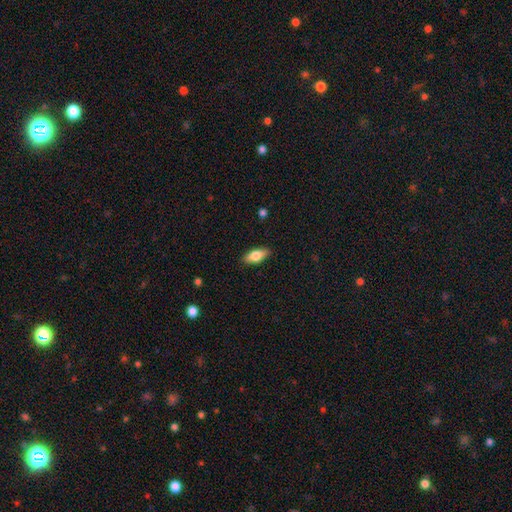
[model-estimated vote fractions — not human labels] smooth_or_featured: smooth (p=0.74) [alt: featured or disk p=0.19]
how_rounded: in between (p=0.81) [alt: cigar-shaped p=0.16]
merging: none (p=0.88) [alt: minor disturbance p=0.09]